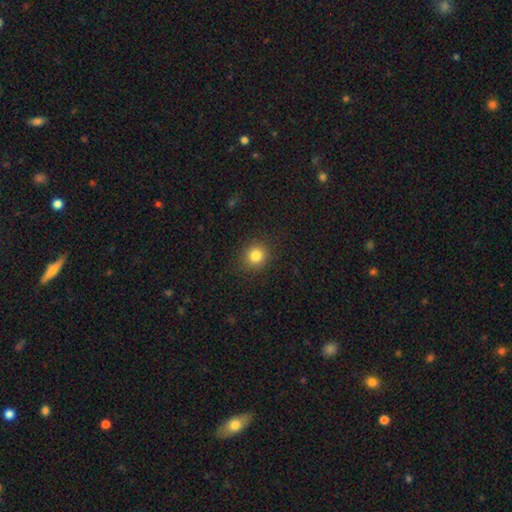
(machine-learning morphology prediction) This appears to be a smooth galaxy with no disk features (83%) that is round (86%). Merging: none (89%).